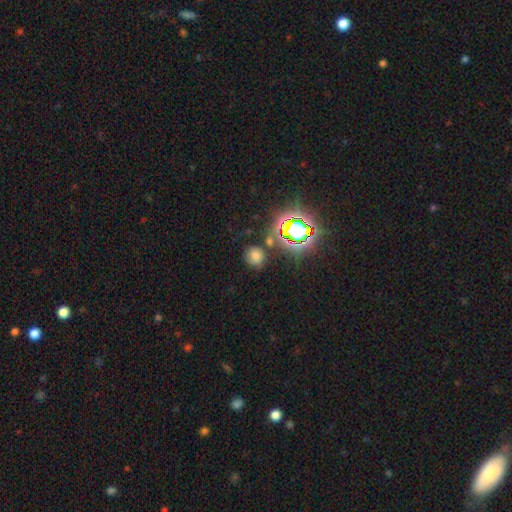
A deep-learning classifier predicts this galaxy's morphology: Smooth or featured?
  - smooth: 62% *
  - star or artifact: 29%
  - featured or disk: 9%
How rounded?
  - round: 79% *
  - in between: 19%
  - cigar-shaped: 1%
Merging?
  - none: 72% *
  - minor disturbance: 15%
  - merger: 6%
  - major disturbance: 6%